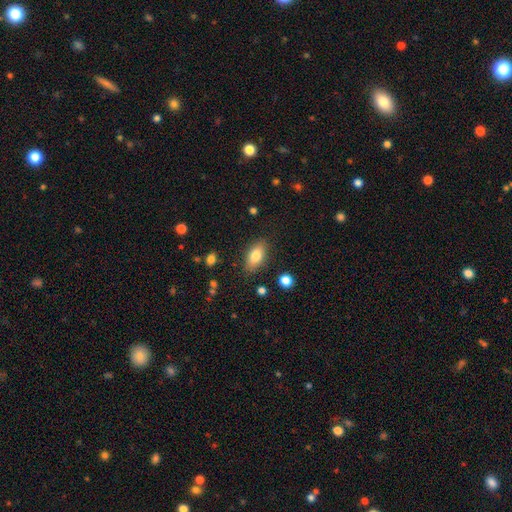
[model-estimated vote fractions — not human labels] A smooth galaxy with no disk features (79%) that is in between round and cigar-shaped (88%).

Vote fractions:
- Smooth or featured? smooth: 79% / featured or disk: 13% / star or artifact: 8%
- How rounded? in between: 88% / cigar-shaped: 7% / round: 5%
- Merging? none: 84% / minor disturbance: 11% / major disturbance: 3% / merger: 2%